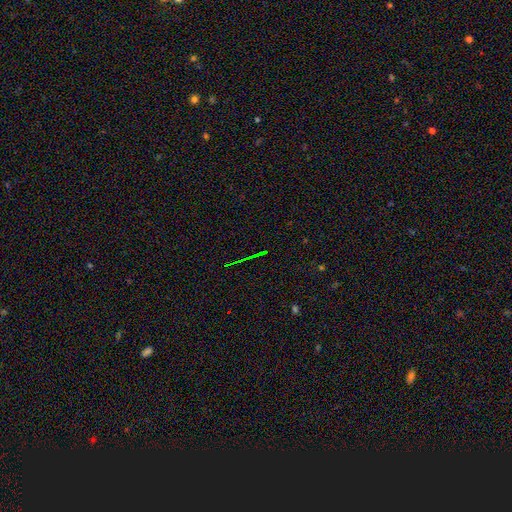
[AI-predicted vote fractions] Morphology: type=star or artifact (74%).